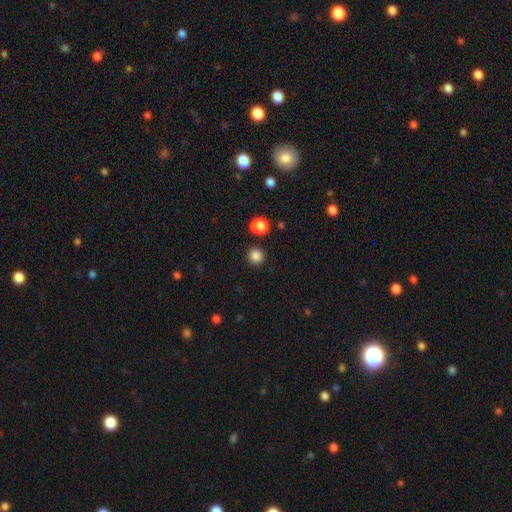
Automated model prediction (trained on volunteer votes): This appears to be a smooth galaxy with no disk features (85%) that is round (94%). Merging: none (89%).